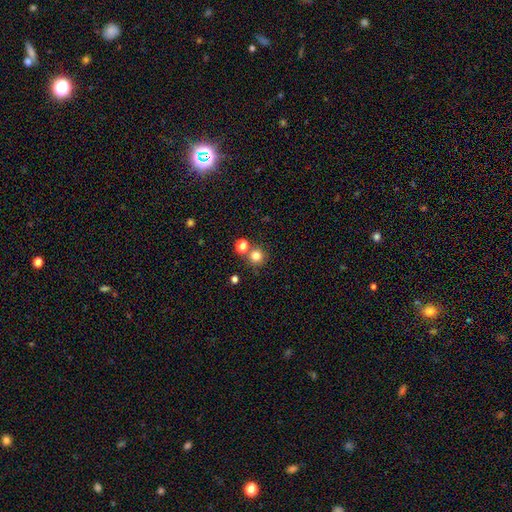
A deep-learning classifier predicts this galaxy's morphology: type=smooth (79%); roundness=round (93%); merging=none (73%).